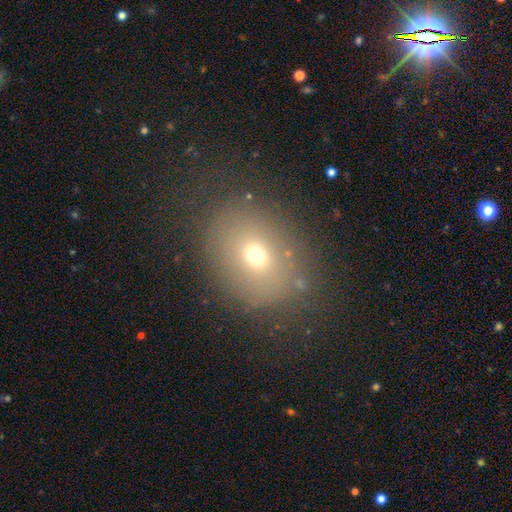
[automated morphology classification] The model was most divided on "how rounded": in between: 55%, round: 44%, cigar-shaped: 1%. More confident: merging — none (75%); smooth or featured — smooth (64%).